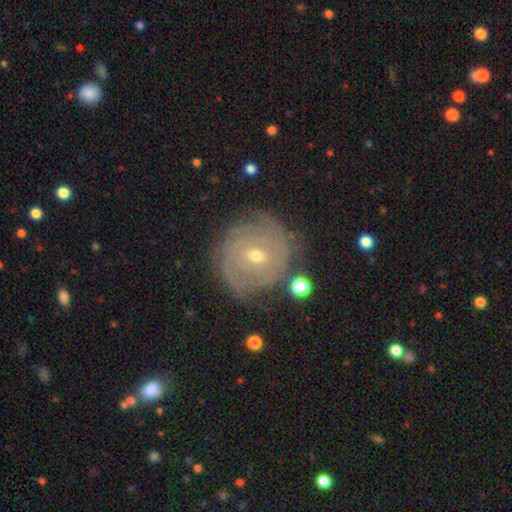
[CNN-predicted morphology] The model was most divided on "bulge size": small: 51%, moderate: 46%, large: 1%, none: 1%, dominant: 1%. Remaining: edge-on disk — no (97%); spiral arms — yes (92%); spiral winding — tight (81%); smooth or featured — featured or disk (81%); merging — none (79%); bar — no (58%); spiral arm count — can't tell (39%).